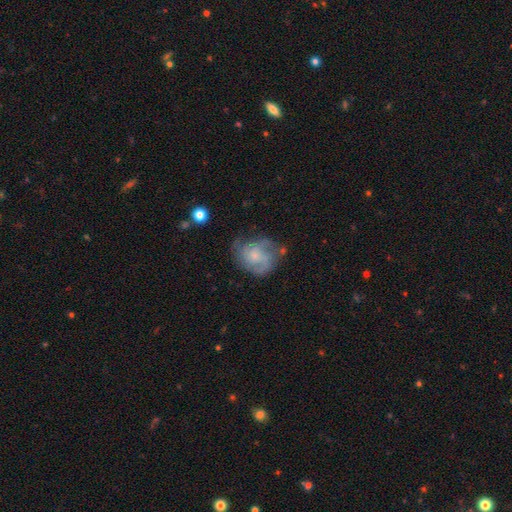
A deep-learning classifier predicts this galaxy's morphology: Overall: featured or disk (73%). Edge-on disk: no (98%). Bar: no (73%). Spiral arms: yes (90%). Spiral arm count: 3 (32%; 2 26%). Spiral winding: medium (44%; tight 40%). Bulge size: small (64%). Merging: none (57%; minor disturbance 25%).